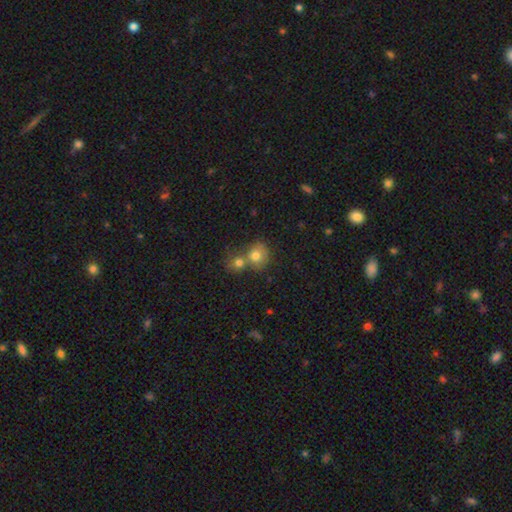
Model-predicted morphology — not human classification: type=smooth (77%); roundness=round (77%); merging=merger (54%).